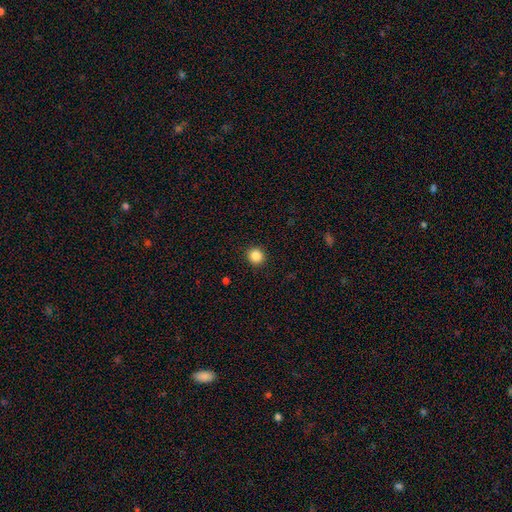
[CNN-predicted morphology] This appears to be a smooth galaxy with no disk features (86%) that is round (90%). Merging: none (92%).